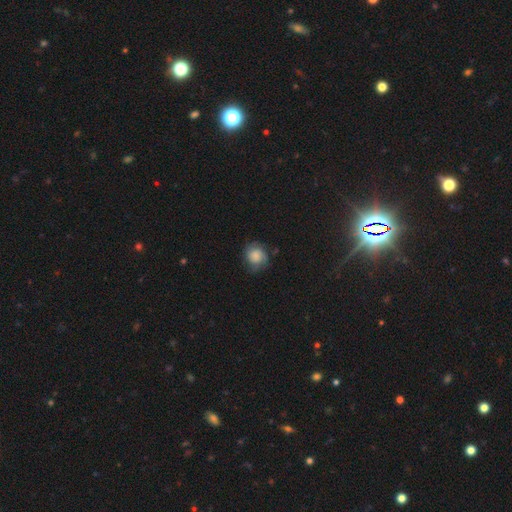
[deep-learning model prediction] A smooth galaxy with no disk features (60%) that is round (74%).

Vote fractions:
- Smooth or featured? smooth: 60% / featured or disk: 31% / star or artifact: 9%
- How rounded? round: 74% / in between: 25% / cigar-shaped: 1%
- Merging? none: 66% / minor disturbance: 24% / major disturbance: 9% / merger: 1%